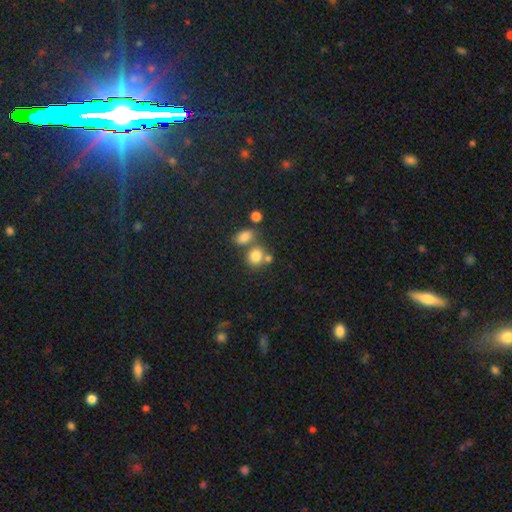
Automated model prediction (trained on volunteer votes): This appears to be a smooth galaxy with no disk features (79%) that is round (63%). Merging: none (50%).